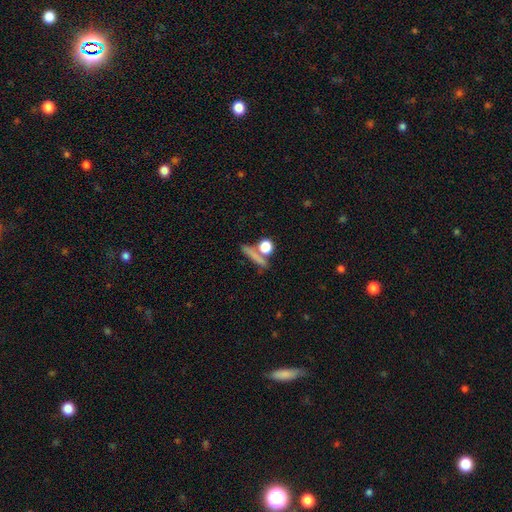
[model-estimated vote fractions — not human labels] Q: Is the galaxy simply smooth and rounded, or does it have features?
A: smooth — 68%.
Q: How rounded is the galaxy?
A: cigar-shaped — 48%.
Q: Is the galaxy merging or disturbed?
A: none — 66%.